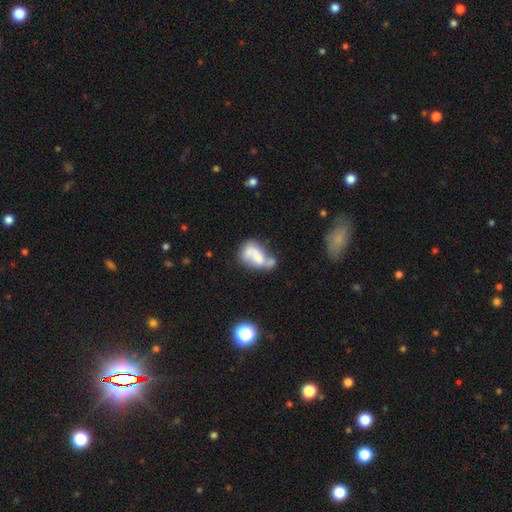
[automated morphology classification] Smooth or featured: smooth — 51% (featured or disk — 40%)
How rounded: in between — 81% (round — 15%)
Merging: merger — 41% (none — 23%)